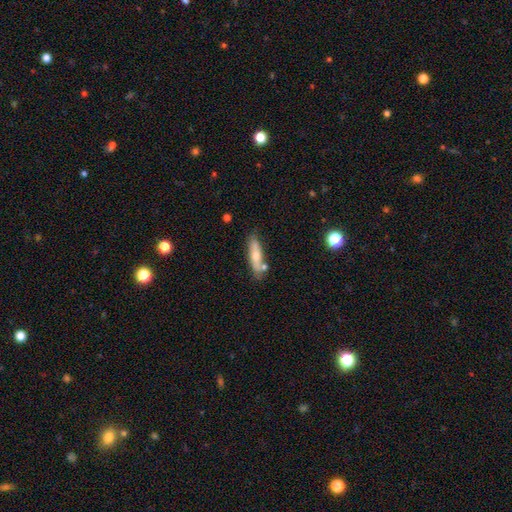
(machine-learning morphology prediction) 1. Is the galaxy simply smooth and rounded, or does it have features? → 47% smooth, 45% featured or disk, 8% star or artifact.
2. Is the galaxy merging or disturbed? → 74% none, 15% minor disturbance, 8% merger, 3% major disturbance.